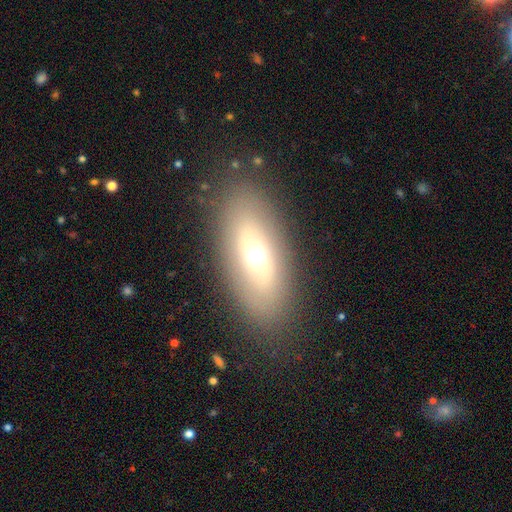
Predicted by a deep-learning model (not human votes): Q: Smooth or featured?
A: smooth (51%); runner-up: featured or disk (39%)
Q: How rounded?
A: in between (81%); runner-up: cigar-shaped (14%)
Q: Merging?
A: none (85%); runner-up: minor disturbance (10%)